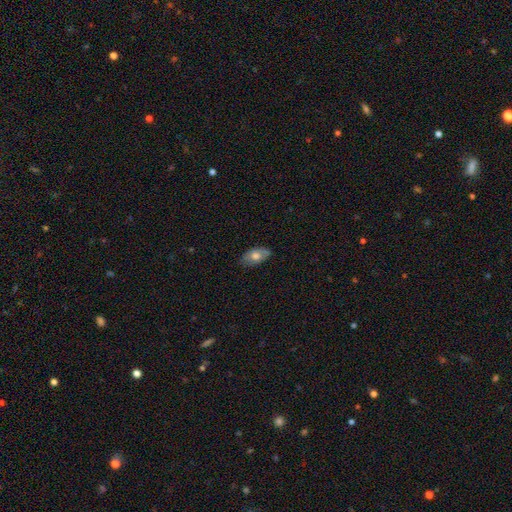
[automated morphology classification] smooth-or-featured: smooth: 66% | featured or disk: 27% | star or artifact: 7%
  how-rounded: in between: 92% | round: 5% | cigar-shaped: 3%
  merging: none: 72% | minor disturbance: 23% | major disturbance: 4% | merger: 1%